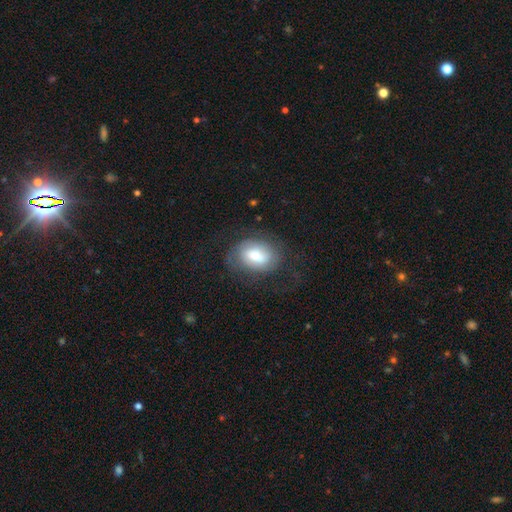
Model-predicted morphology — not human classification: Overall: smooth (53%; featured or disk 38%). How rounded: in between (78%). Merging: none (58%; minor disturbance 21%).